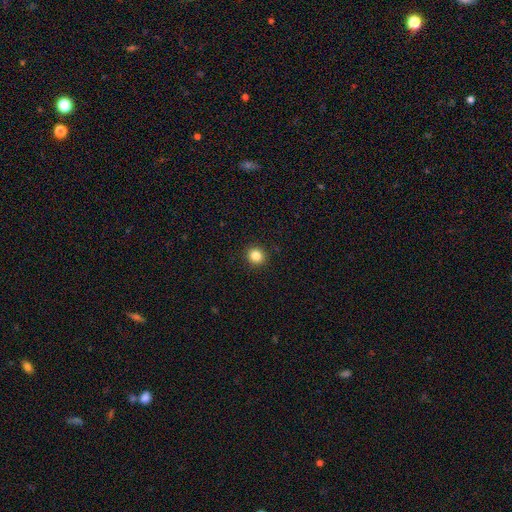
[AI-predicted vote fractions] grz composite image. It shows a smooth galaxy with no disk features (84%) that is round (89%). Merging: none (93%).